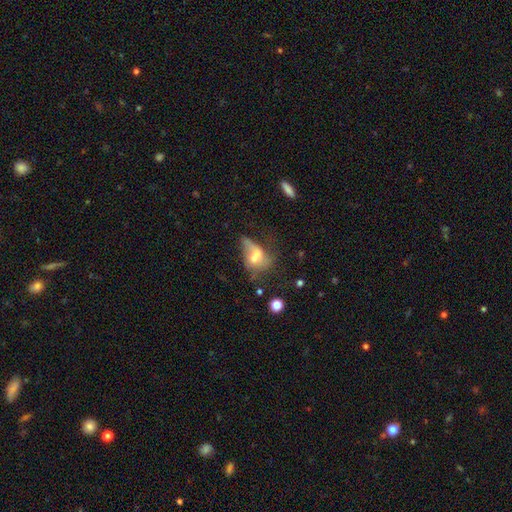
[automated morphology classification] The model was most divided on "smooth or featured": smooth: 45%, featured or disk: 42%, star or artifact: 13%. Remaining: merging — major disturbance (37%).